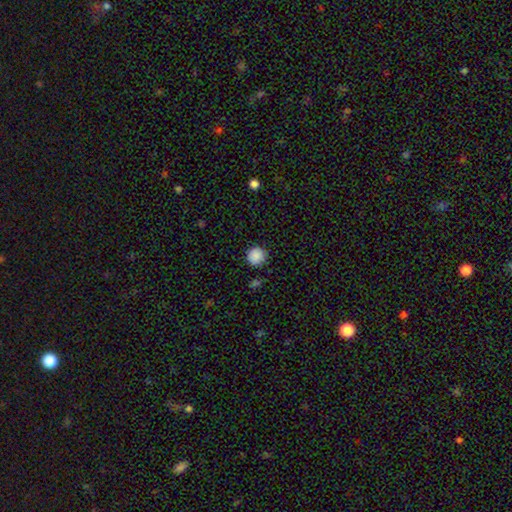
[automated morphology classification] Smooth or featured?
  - smooth: 88% *
  - star or artifact: 9%
  - featured or disk: 3%
How rounded?
  - round: 94% *
  - in between: 5%
  - cigar-shaped: 1%
Merging?
  - none: 89% *
  - minor disturbance: 8%
  - major disturbance: 2%
  - merger: 2%